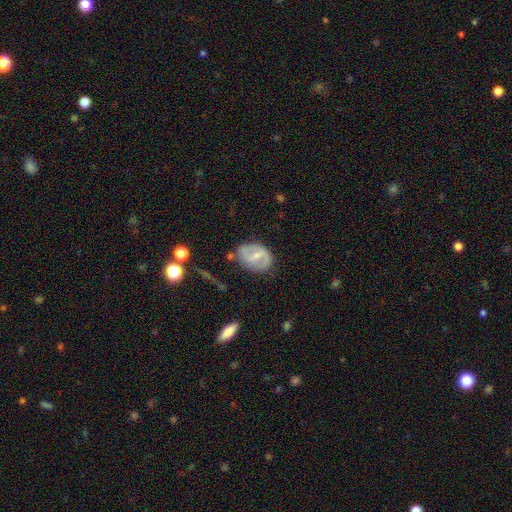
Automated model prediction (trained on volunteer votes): Overall: featured or disk (65%; smooth 28%). Edge-on disk: no (96%). Bar: weak (46%; strong 33%). Spiral arms: yes (72%). Bulge size: small (56%; moderate 34%). Merging: none (70%).